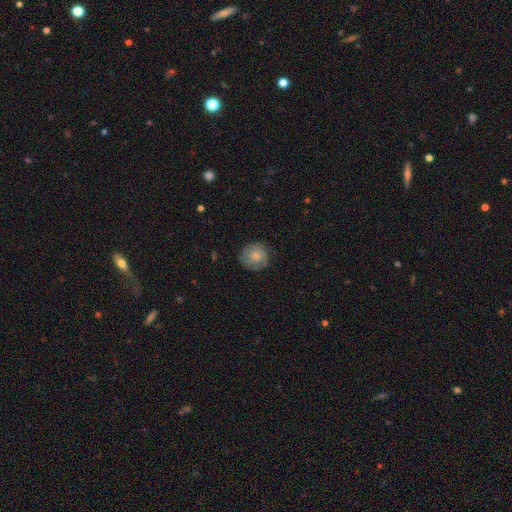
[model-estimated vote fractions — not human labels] smooth_or_featured: smooth (p=0.70) [alt: featured or disk p=0.22]
how_rounded: round (p=0.90) [alt: in between p=0.09]
merging: none (p=0.78) [alt: minor disturbance p=0.17]